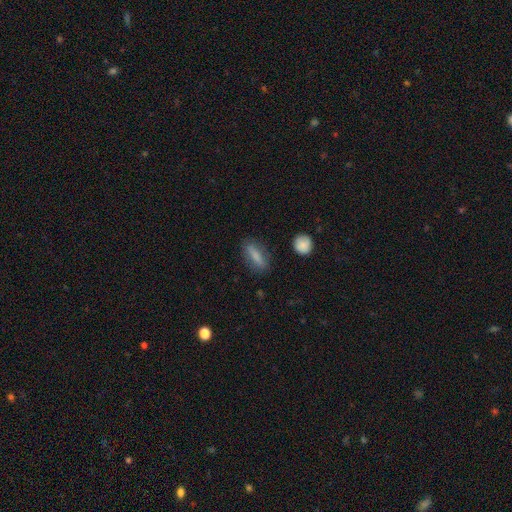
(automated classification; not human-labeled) Q: Smooth or featured?
A: smooth (76%); runner-up: featured or disk (16%)
Q: How rounded?
A: in between (49%); runner-up: cigar-shaped (47%)
Q: Merging?
A: none (82%); runner-up: minor disturbance (13%)